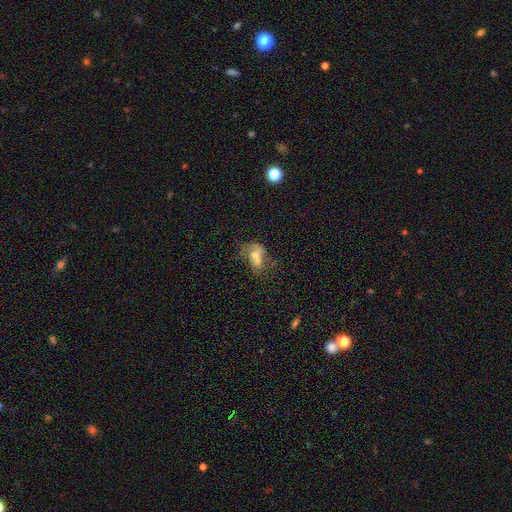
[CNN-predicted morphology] Smooth or featured? smooth (45%)
Merging? merger (31%)